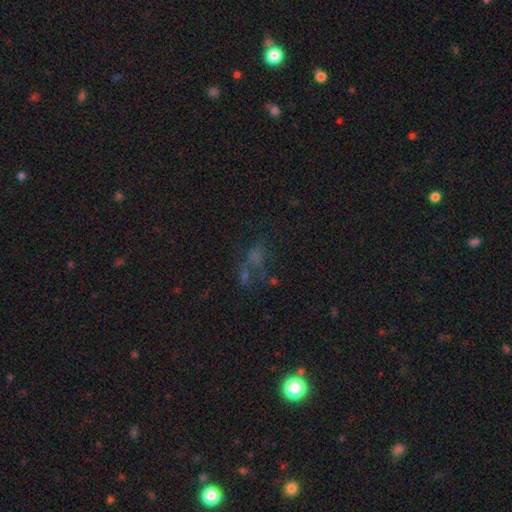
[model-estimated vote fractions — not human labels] Morphology: type=star or artifact (42%).